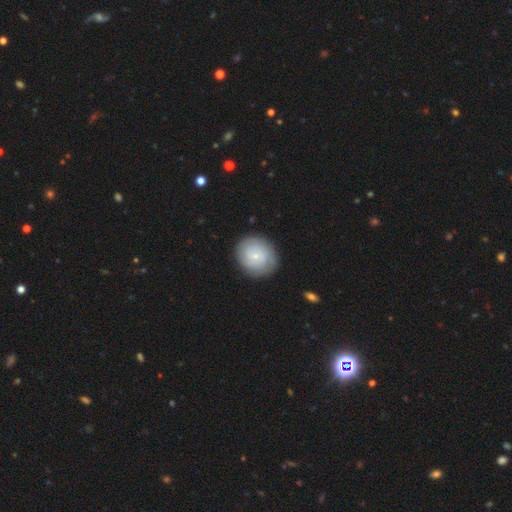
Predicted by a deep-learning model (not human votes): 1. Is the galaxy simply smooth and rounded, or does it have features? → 52% smooth, 41% featured or disk, 7% star or artifact.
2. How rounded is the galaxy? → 83% round, 16% in between, 1% cigar-shaped.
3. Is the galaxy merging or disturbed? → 84% none, 11% minor disturbance, 4% major disturbance, 1% merger.